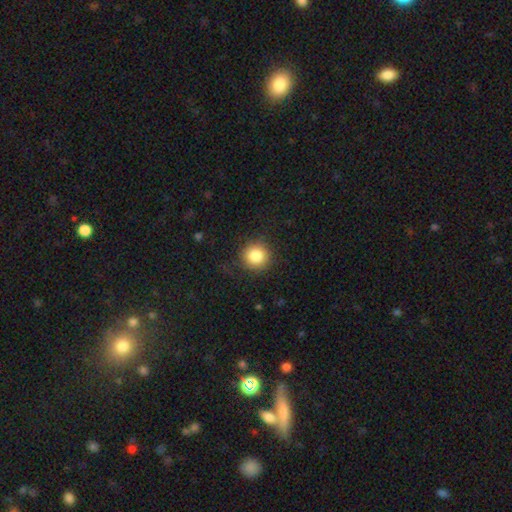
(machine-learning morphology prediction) A smooth galaxy with no disk features (84%) that is round (93%).

Vote fractions:
- Smooth or featured? smooth: 84% / star or artifact: 10% / featured or disk: 6%
- How rounded? round: 93% / in between: 6% / cigar-shaped: 1%
- Merging? none: 84% / minor disturbance: 11% / major disturbance: 4% / merger: 1%